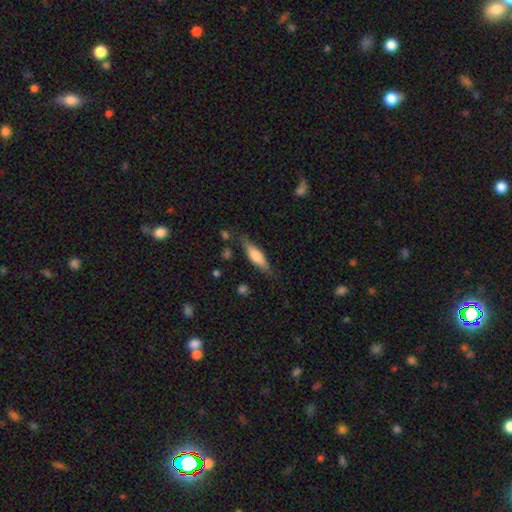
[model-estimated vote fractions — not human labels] Overall: smooth (67%; featured or disk 27%). How rounded: cigar-shaped (54%; in between 43%). Merging: none (73%).